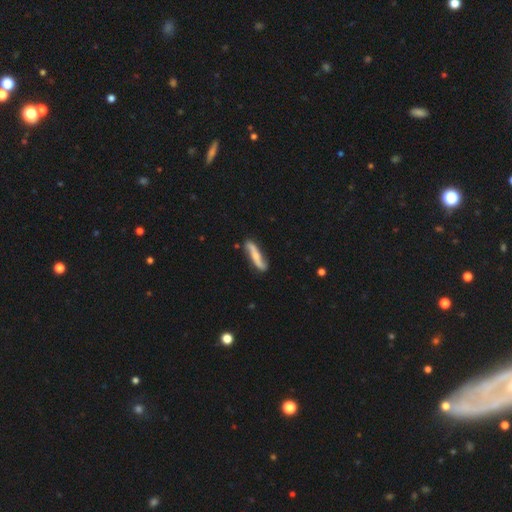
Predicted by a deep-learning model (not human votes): smooth-or-featured: featured or disk: 57% | smooth: 37% | star or artifact: 5%
  disk-edge-on: no: 65% | yes: 35%
  merging: none: 76% | minor disturbance: 17% | major disturbance: 4% | merger: 3%